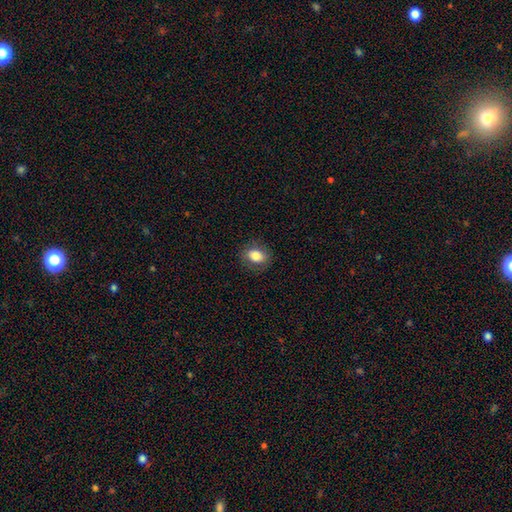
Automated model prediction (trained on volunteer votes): A smooth galaxy with no disk features (82%) that is in between round and cigar-shaped (68%).

Vote fractions:
- Smooth or featured? smooth: 82% / featured or disk: 10% / star or artifact: 8%
- How rounded? in between: 68% / round: 31% / cigar-shaped: 1%
- Merging? none: 84% / minor disturbance: 12% / major disturbance: 4% / merger: 1%